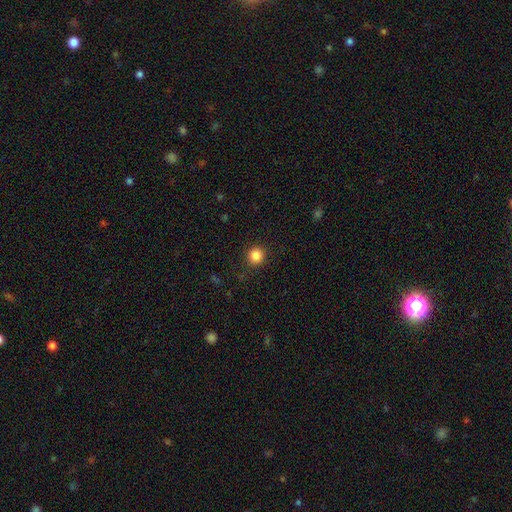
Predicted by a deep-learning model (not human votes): Smooth or featured? Predicted: smooth (p=0.86). How rounded? Predicted: round (p=0.93). Merging? Predicted: none (p=0.89).